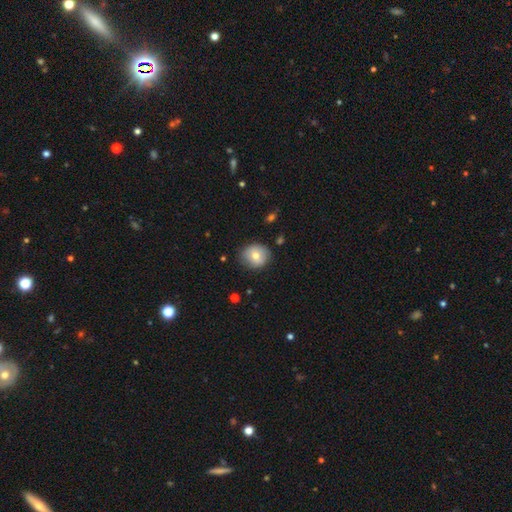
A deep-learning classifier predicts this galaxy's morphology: smooth 71%, featured or disk 20%, star or artifact 9%. Down the decision tree: how rounded — round (80%); merging — none (79%).